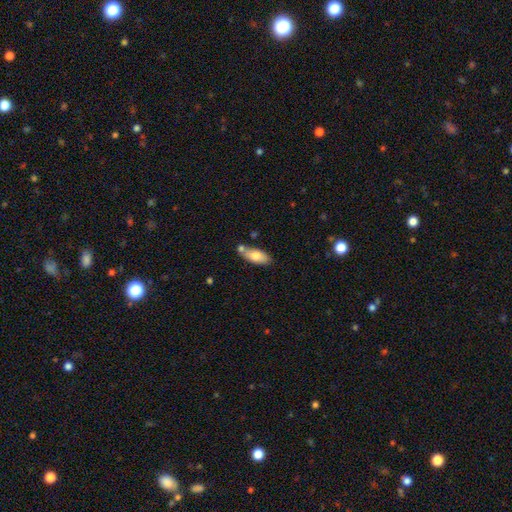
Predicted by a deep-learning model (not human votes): The model was most divided on "merging": none: 61%, merger: 20%, minor disturbance: 16%, major disturbance: 4%. More confident: how rounded — in between (83%); smooth or featured — smooth (75%).